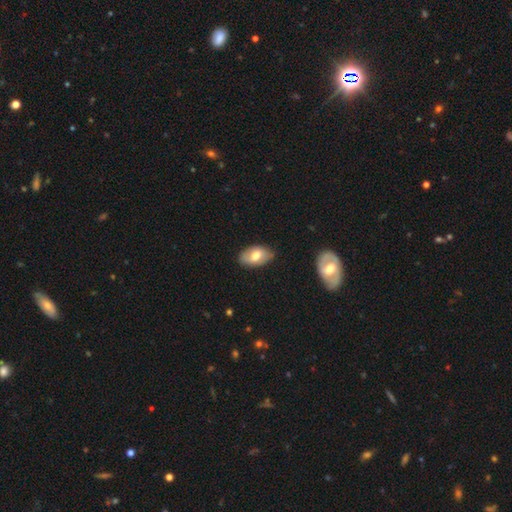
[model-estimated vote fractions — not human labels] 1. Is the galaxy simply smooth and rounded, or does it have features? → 67% smooth, 27% featured or disk, 6% star or artifact.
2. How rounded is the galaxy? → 93% in between, 5% round, 2% cigar-shaped.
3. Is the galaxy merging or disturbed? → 80% none, 15% minor disturbance, 3% major disturbance, 2% merger.